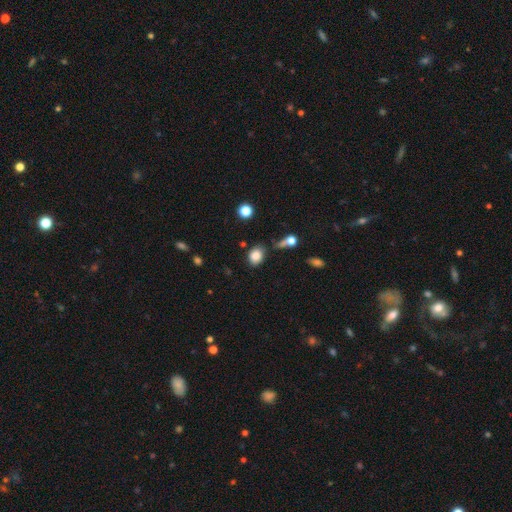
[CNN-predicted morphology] A smooth galaxy with no disk features (84%) that is in between round and cigar-shaped (55%). Merging: none (64%).